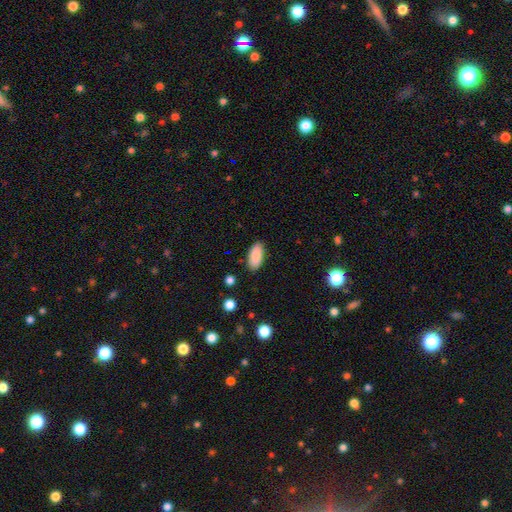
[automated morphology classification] Overall: smooth (89%). How rounded: in between (91%). Merging: none (86%).